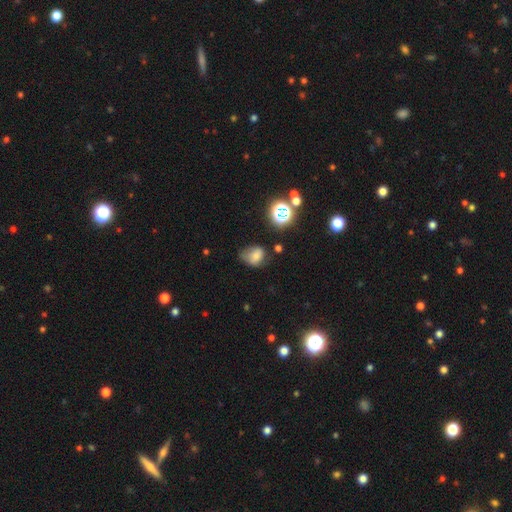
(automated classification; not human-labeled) smooth_or_featured: smooth (p=0.67) [alt: star or artifact p=0.17]
how_rounded: in between (p=0.57) [alt: round p=0.42]
merging: none (p=0.41) [alt: minor disturbance p=0.38]